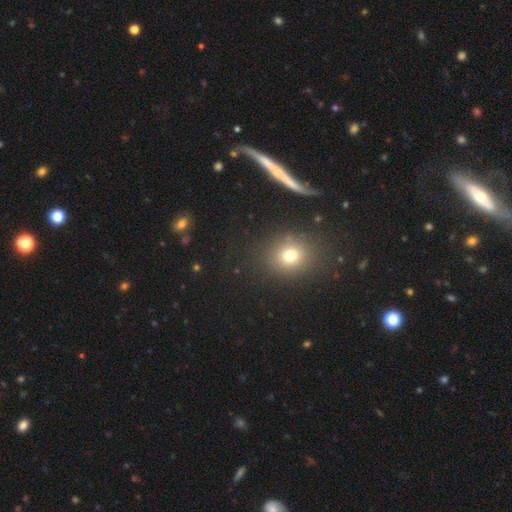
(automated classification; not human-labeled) This appears to be a smooth galaxy with no disk features (50%). Merging: none (85%).